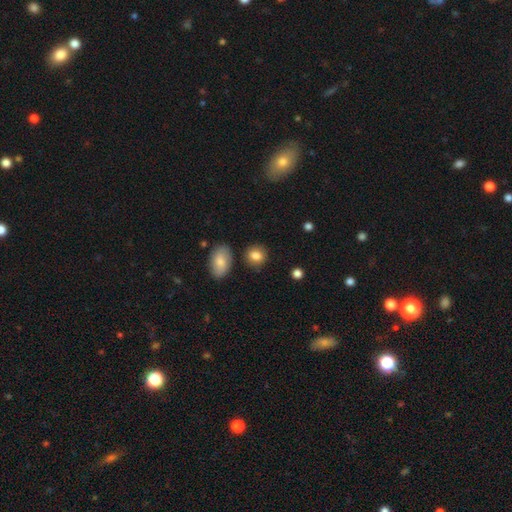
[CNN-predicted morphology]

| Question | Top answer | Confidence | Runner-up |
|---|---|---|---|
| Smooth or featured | smooth | 85% | star or artifact (8%) |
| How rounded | round | 72% | in between (26%) |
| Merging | none | 83% | minor disturbance (10%) |